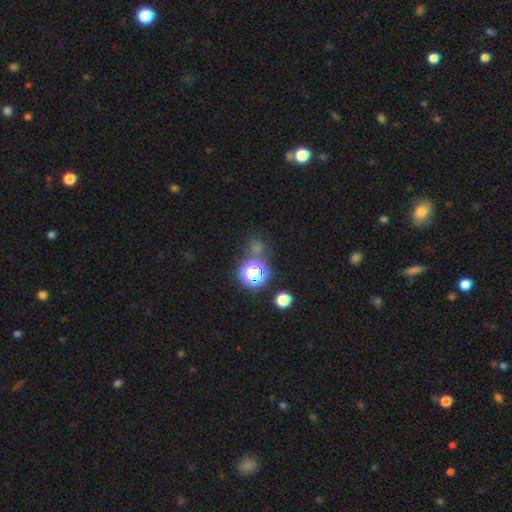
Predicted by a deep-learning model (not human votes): This appears to be a star or artifact, not a galaxy (57%).